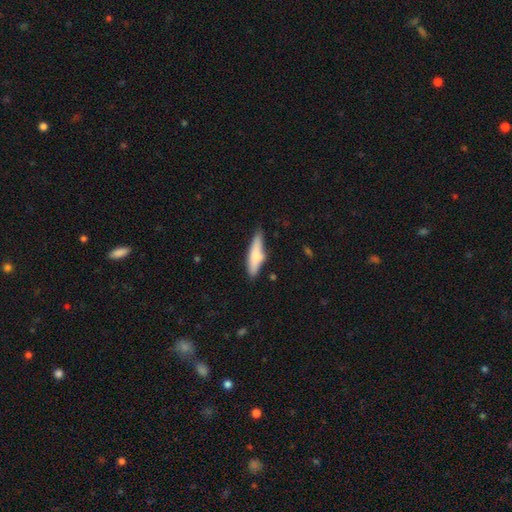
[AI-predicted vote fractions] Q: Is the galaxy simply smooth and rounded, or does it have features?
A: smooth — 70%.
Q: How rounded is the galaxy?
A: cigar-shaped — 67%.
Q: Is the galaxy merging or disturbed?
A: none — 66%.